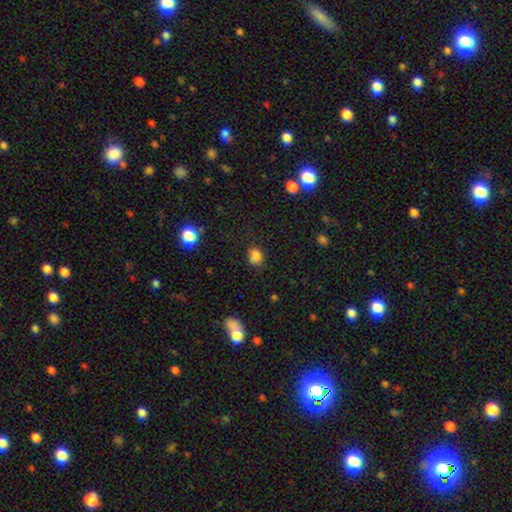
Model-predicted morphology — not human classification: Smooth or featured: smooth — 82% (star or artifact — 13%)
How rounded: in between — 55% (round — 44%)
Merging: none — 75% (minor disturbance — 18%)